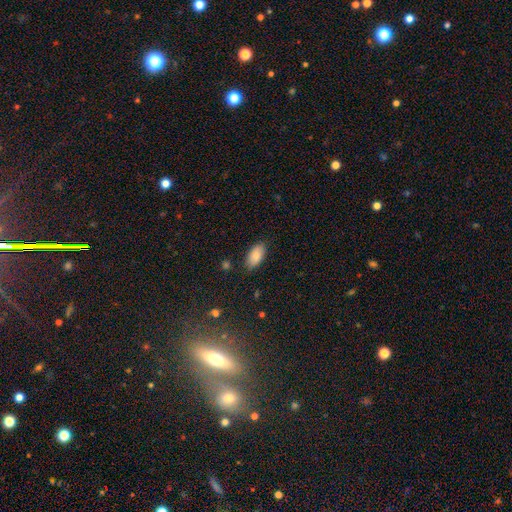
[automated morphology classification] This is clearly a smooth galaxy (84%). How rounded: clearly in between (93%). Merging: clearly none (83%).